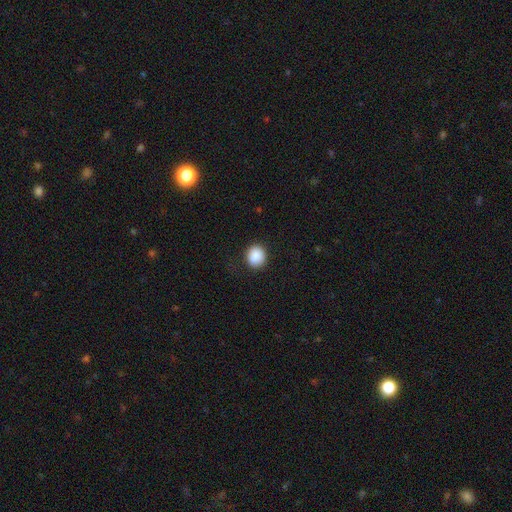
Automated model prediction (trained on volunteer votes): The model was most divided on "how rounded": round: 80%, in between: 19%, cigar-shaped: 1%. More confident: smooth or featured — smooth (89%); merging — none (83%).